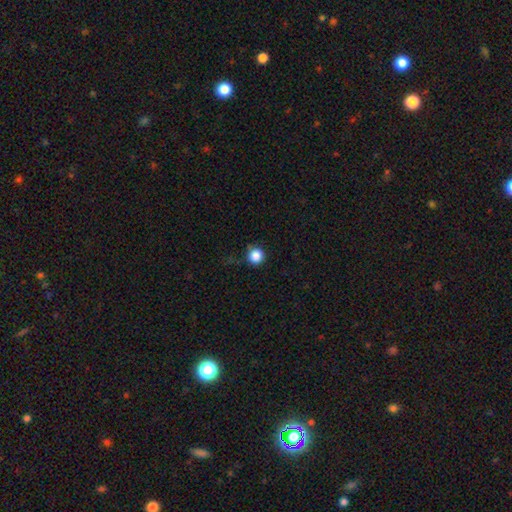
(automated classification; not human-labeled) This appears to be a smooth galaxy with no disk features (86%) that is round (95%). Merging: none (79%).